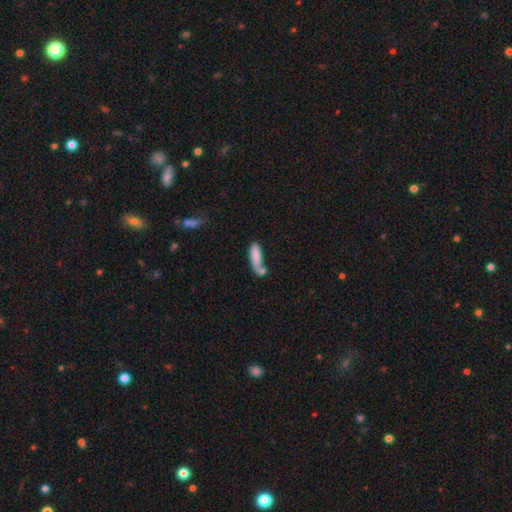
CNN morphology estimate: smooth 78%, featured or disk 15%, star or artifact 7%. Down the decision tree: how rounded — cigar-shaped (49%); merging — merger (39%).